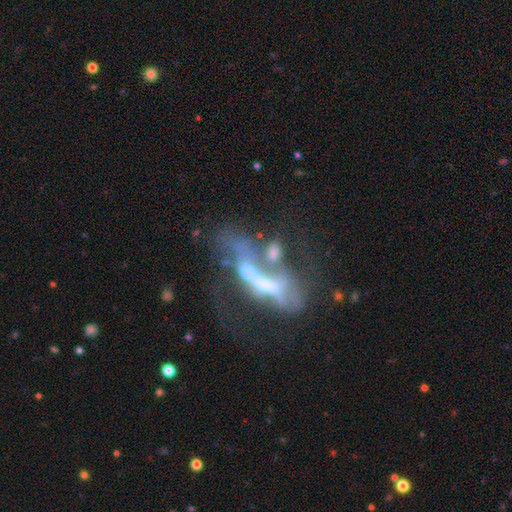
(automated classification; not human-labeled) A featured or disk galaxy (64%). Merging: merger (52%).